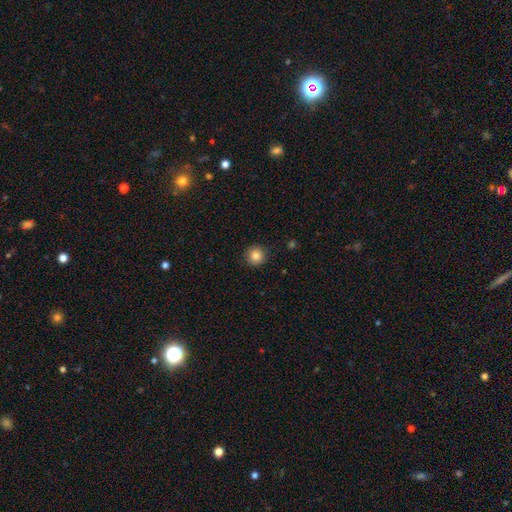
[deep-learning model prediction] smooth 84%, star or artifact 10%, featured or disk 5%. Down the decision tree: how rounded — round (94%); merging — none (91%).